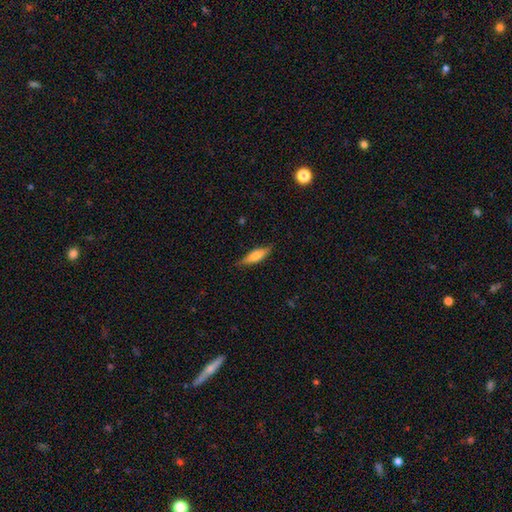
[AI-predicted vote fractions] Smooth or featured?
  - smooth: 61% *
  - featured or disk: 32%
  - star or artifact: 6%
How rounded?
  - cigar-shaped: 57% *
  - in between: 41%
  - round: 2%
Merging?
  - none: 82% *
  - minor disturbance: 14%
  - major disturbance: 3%
  - merger: 1%